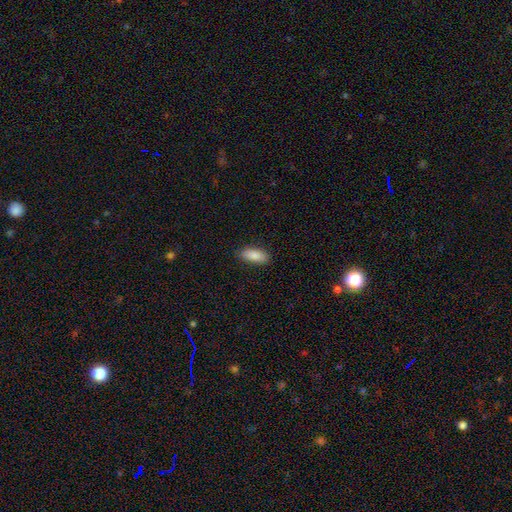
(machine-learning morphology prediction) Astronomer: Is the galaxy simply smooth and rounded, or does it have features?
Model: smooth — 88%.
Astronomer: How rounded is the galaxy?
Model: in between — 79%.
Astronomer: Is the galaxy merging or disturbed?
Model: none — 87%.